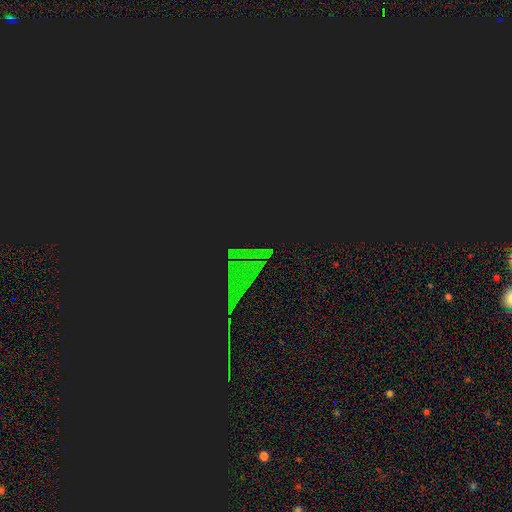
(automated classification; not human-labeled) Q: Smooth or featured?
A: star or artifact (85%); runner-up: smooth (8%)